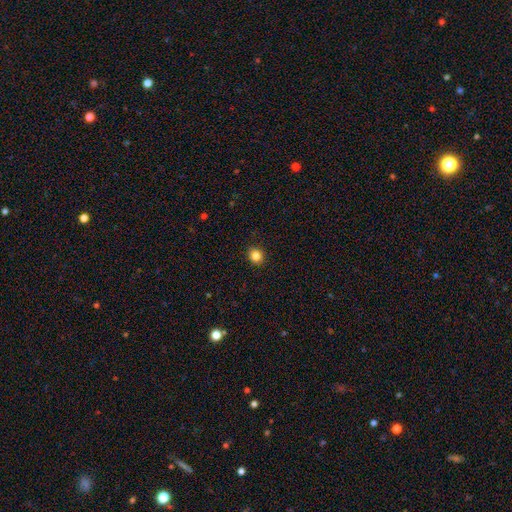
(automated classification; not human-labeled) smooth_or_featured: smooth (p=0.84) [alt: star or artifact p=0.11]
how_rounded: round (p=0.78) [alt: in between p=0.21]
merging: none (p=0.92) [alt: minor disturbance p=0.06]